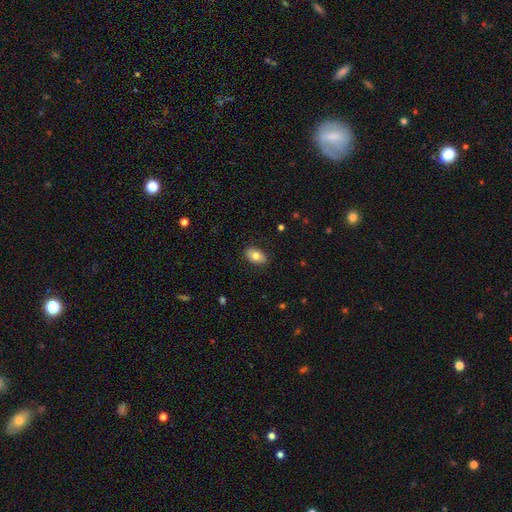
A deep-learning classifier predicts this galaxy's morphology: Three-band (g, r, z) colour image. It shows a smooth galaxy with no disk features (78%) that is in between round and cigar-shaped (90%). Merging: none (86%).